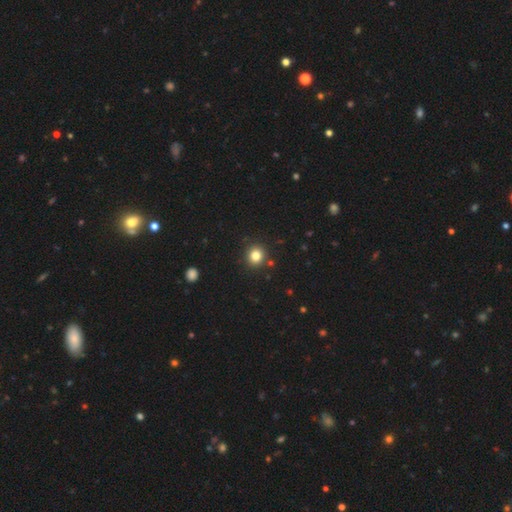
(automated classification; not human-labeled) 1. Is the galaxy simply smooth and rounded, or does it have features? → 81% smooth, 13% star or artifact, 6% featured or disk.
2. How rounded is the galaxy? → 89% round, 10% in between, 1% cigar-shaped.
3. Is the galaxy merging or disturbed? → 89% none, 6% minor disturbance, 3% merger, 2% major disturbance.